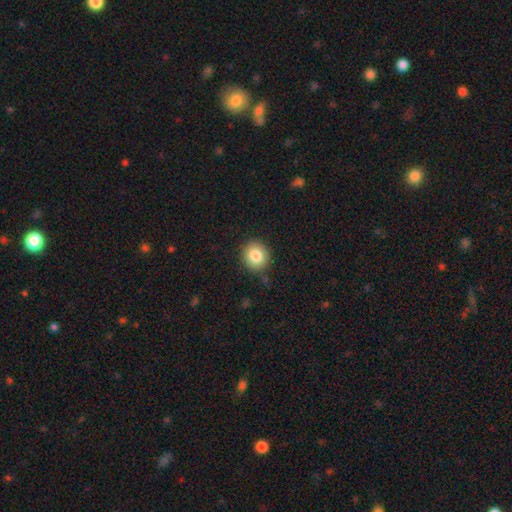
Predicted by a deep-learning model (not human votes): This is clearly a smooth galaxy (83%). How rounded: clearly round (84%). Merging: clearly none (88%).